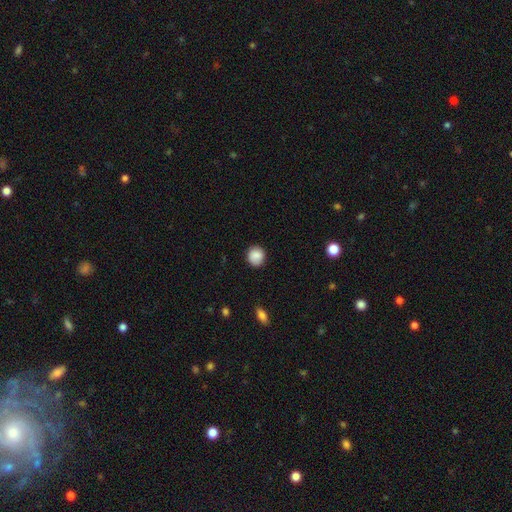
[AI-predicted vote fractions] A smooth galaxy with no disk features (88%) that is round (88%).

Vote fractions:
- Smooth or featured? smooth: 88% / star or artifact: 8% / featured or disk: 4%
- How rounded? round: 88% / in between: 11% / cigar-shaped: 1%
- Merging? none: 87% / minor disturbance: 9% / major disturbance: 2% / merger: 1%